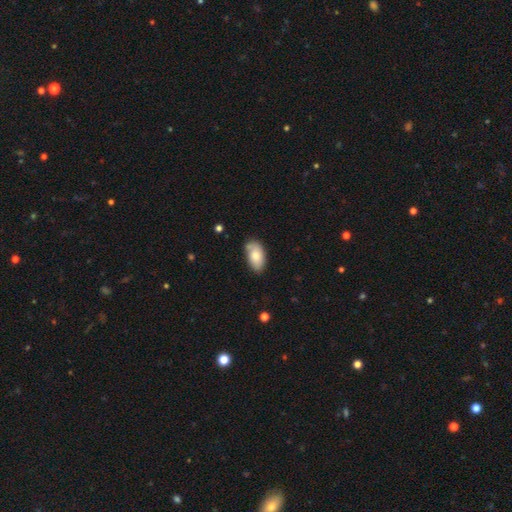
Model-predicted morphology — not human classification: smooth 76%, featured or disk 18%, star or artifact 7%. Down the decision tree: how rounded — in between (94%); merging — none (66%).